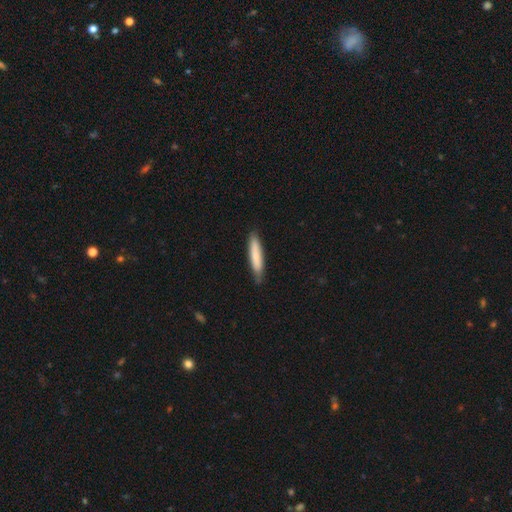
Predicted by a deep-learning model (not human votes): Q: Smooth or featured?
A: smooth (78%); runner-up: featured or disk (17%)
Q: How rounded?
A: cigar-shaped (89%); runner-up: in between (10%)
Q: Merging?
A: none (82%); runner-up: minor disturbance (14%)